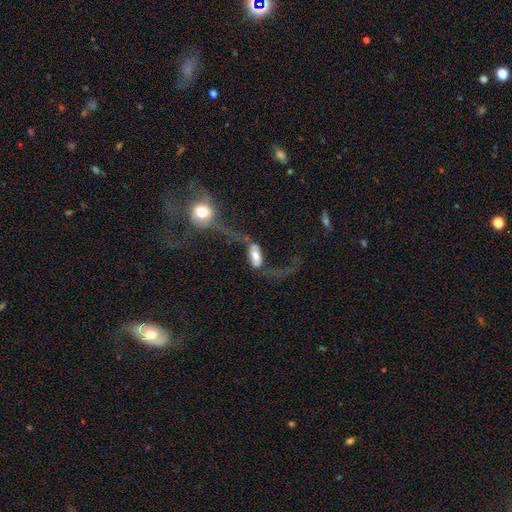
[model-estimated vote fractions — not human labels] smooth_or_featured: featured or disk (p=0.56) [alt: smooth p=0.37]
disk_edge_on: no (p=0.77) [alt: yes p=0.23]
merging: major disturbance (p=0.36) [alt: merger p=0.29]